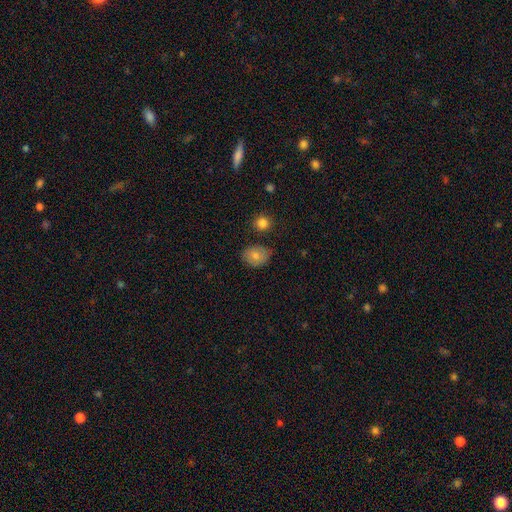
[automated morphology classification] type=smooth (78%); roundness=in between (52%); merging=none (71%).